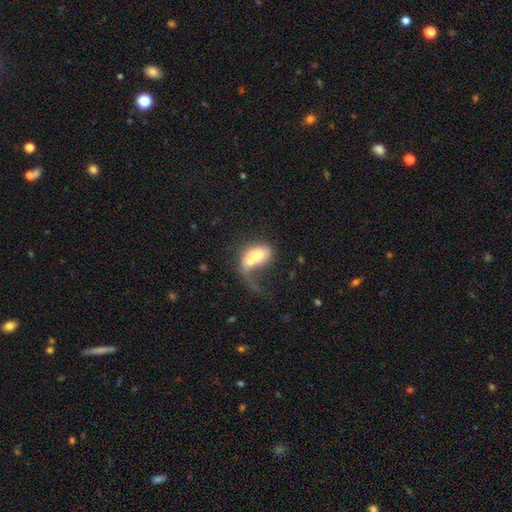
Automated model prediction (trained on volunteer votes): smooth-or-featured: smooth: 60% | featured or disk: 32% | star or artifact: 7%
  how-rounded: in between: 84% | round: 12% | cigar-shaped: 4%
  merging: merger: 39% | major disturbance: 33% | none: 16% | minor disturbance: 12%